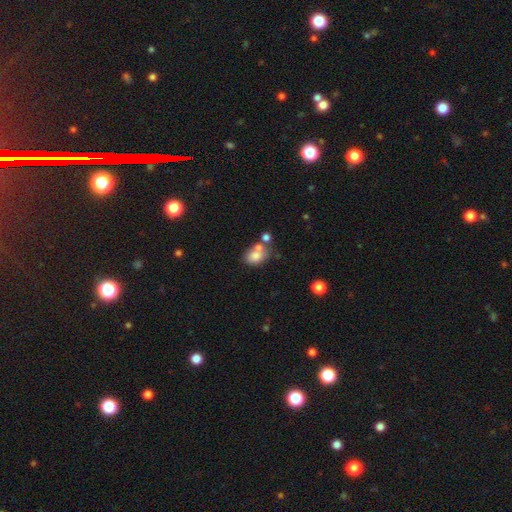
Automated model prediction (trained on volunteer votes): Smooth or featured? Predicted: smooth (p=0.75). How rounded? Predicted: in between (p=0.73). Merging? Predicted: none (p=0.42).